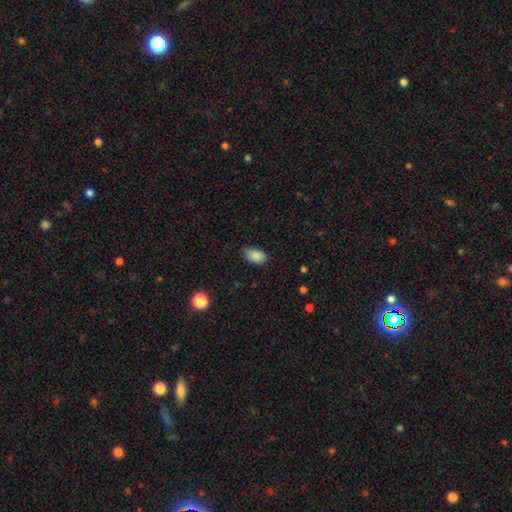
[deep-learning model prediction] Smooth or featured: smooth — 86% (star or artifact — 8%)
How rounded: in between — 87% (round — 12%)
Merging: none — 75% (minor disturbance — 21%)